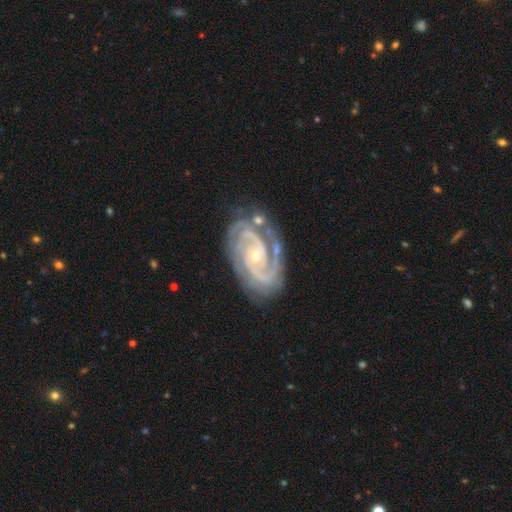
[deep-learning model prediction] This is clearly a featured or disk galaxy (93%). It is clearly not viewed edge-on (97%). Bar: likely no (64%). Spiral arm pattern: clearly yes (99%). Spiral arm count: likely 2 (66%). Spiral winding: likely tight (68%). Central bulge: likely small (73%). Merging: likely none (72%).